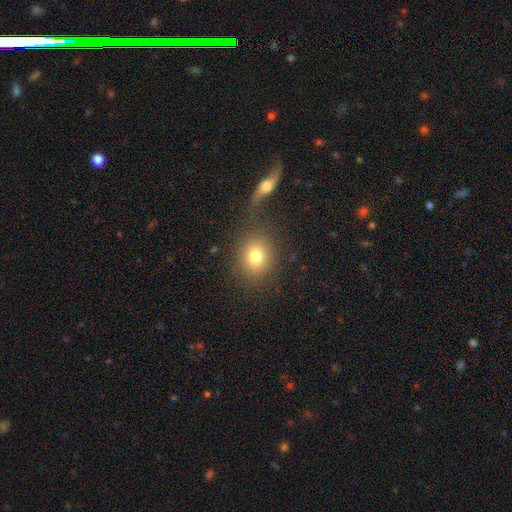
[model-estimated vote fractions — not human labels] Smooth or featured? smooth (77%)
How rounded? round (71%)
Merging? none (74%)